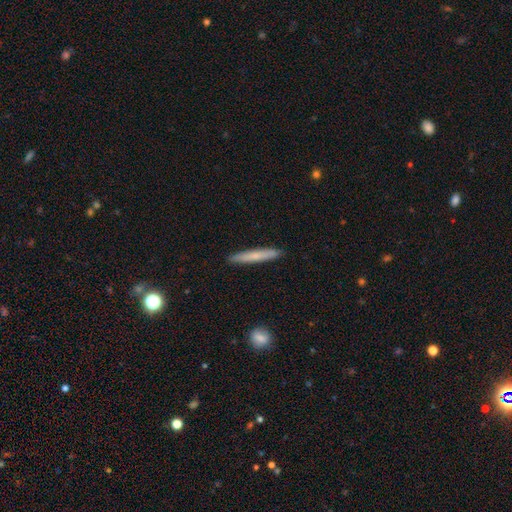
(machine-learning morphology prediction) Overall: smooth (67%; featured or disk 27%). How rounded: cigar-shaped (95%). Merging: none (91%).